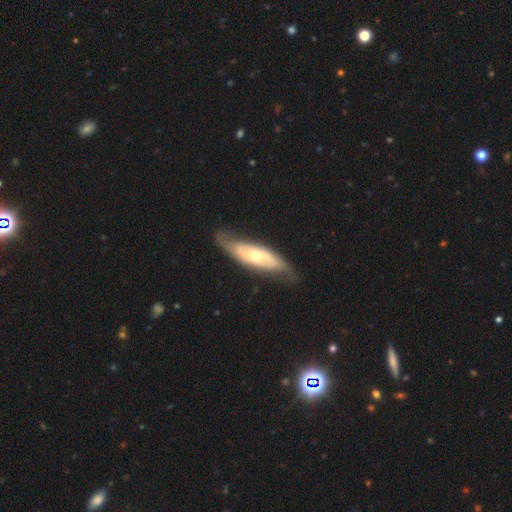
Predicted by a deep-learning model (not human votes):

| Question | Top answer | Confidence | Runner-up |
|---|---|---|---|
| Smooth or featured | featured or disk | 66% | smooth (30%) |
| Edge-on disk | no | 75% | yes (25%) |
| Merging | none | 71% | minor disturbance (20%) |